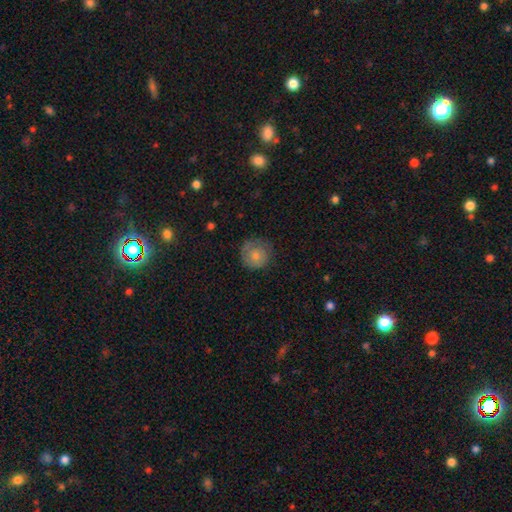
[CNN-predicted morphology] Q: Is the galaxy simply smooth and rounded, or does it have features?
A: smooth — 69%.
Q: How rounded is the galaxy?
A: round — 92%.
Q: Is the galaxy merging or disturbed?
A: none — 71%.